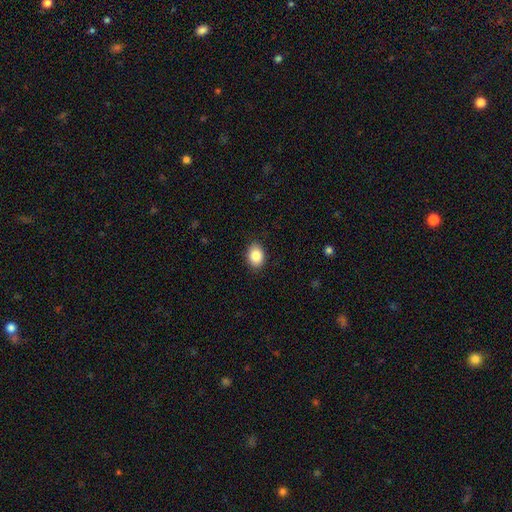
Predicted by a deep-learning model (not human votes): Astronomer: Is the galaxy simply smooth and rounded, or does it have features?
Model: smooth — 87%.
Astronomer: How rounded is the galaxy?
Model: in between — 73%.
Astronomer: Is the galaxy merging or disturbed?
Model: none — 88%.